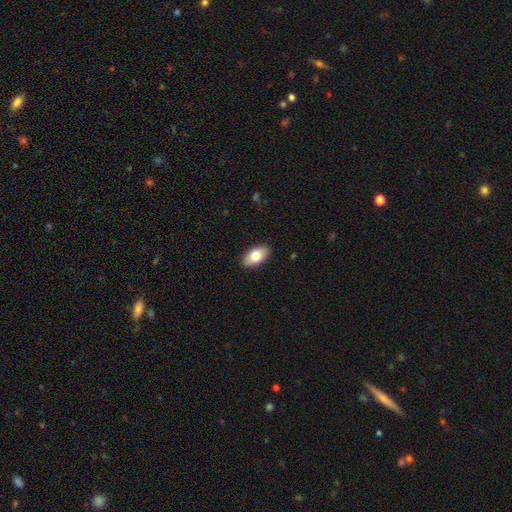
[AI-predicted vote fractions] Morphology: type=smooth (77%); roundness=in between (92%); merging=none (88%).